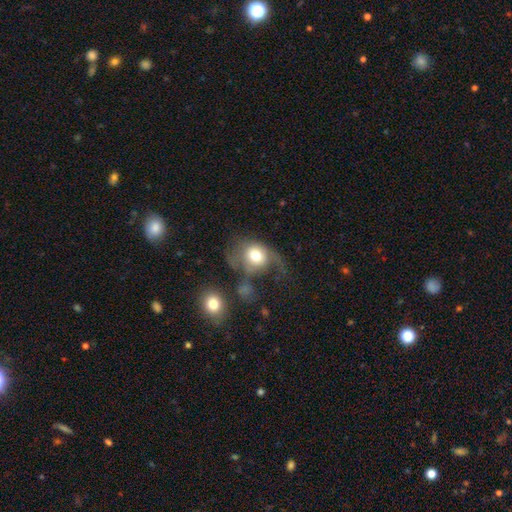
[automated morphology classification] Q: Smooth or featured?
A: smooth (63%); runner-up: featured or disk (29%)
Q: How rounded?
A: round (61%); runner-up: in between (38%)
Q: Merging?
A: major disturbance (45%); runner-up: none (20%)